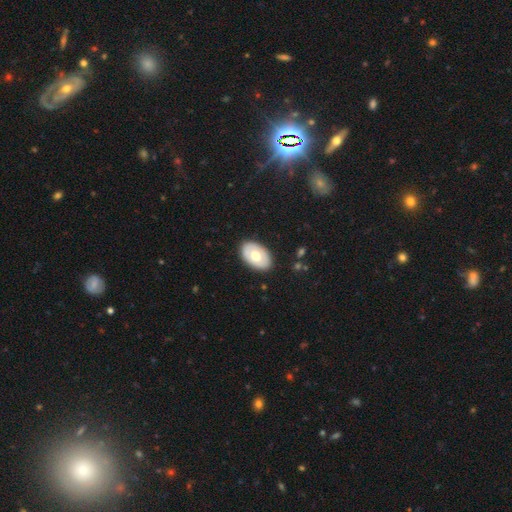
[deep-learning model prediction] The model was most divided on "smooth or featured": smooth: 56%, featured or disk: 39%, star or artifact: 5%. More confident: how rounded — in between (89%); merging — none (87%).